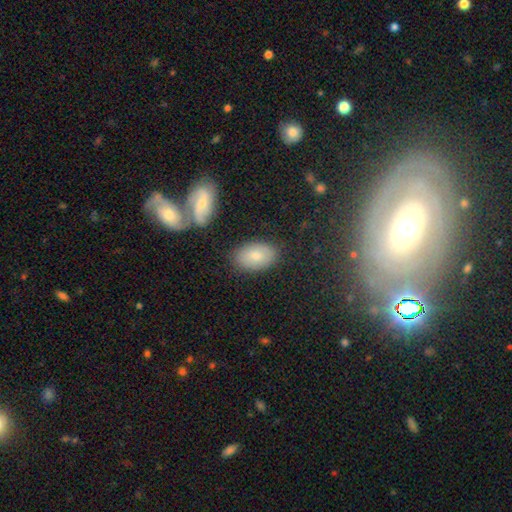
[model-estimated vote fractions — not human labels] Q: Smooth or featured?
A: smooth (77%); runner-up: featured or disk (15%)
Q: How rounded?
A: in between (92%); runner-up: round (7%)
Q: Merging?
A: none (82%); runner-up: minor disturbance (11%)